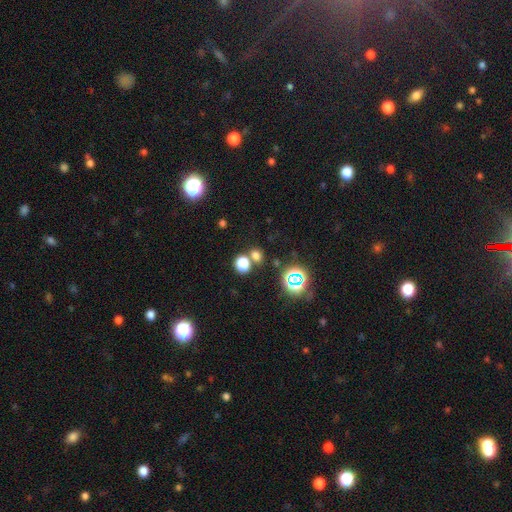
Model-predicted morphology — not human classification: This appears to be a smooth galaxy with no disk features (66%) that is round (71%). Merging: none (62%).